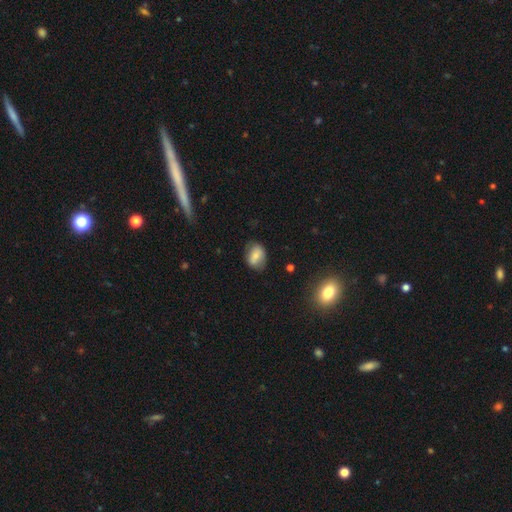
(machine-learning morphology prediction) This appears to be a smooth galaxy with no disk features (71%) that is in between round and cigar-shaped (73%). Merging: none (71%).